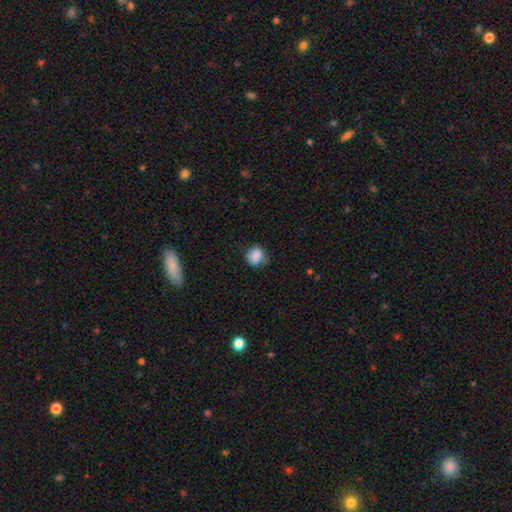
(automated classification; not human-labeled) Smooth or featured: smooth — 84% (star or artifact — 9%)
How rounded: round — 71% (in between — 28%)
Merging: none — 64% (minor disturbance — 28%)